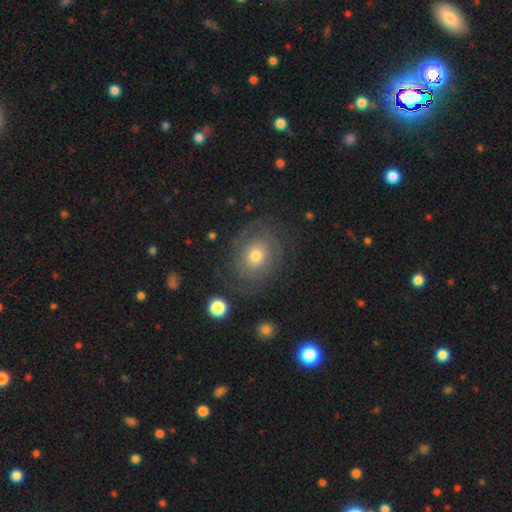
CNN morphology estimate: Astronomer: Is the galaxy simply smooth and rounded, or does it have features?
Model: featured or disk — 64%.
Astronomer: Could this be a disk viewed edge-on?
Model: no — 97%.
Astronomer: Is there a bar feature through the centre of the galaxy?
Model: no — 84%.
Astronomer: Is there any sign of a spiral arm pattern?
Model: yes — 83%.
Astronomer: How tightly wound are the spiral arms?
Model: tight — 68%.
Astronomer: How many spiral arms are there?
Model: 2 — 42% (runner-up: can't tell, 34%).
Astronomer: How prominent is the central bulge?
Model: moderate — 64%.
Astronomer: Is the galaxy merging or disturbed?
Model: none — 76%.